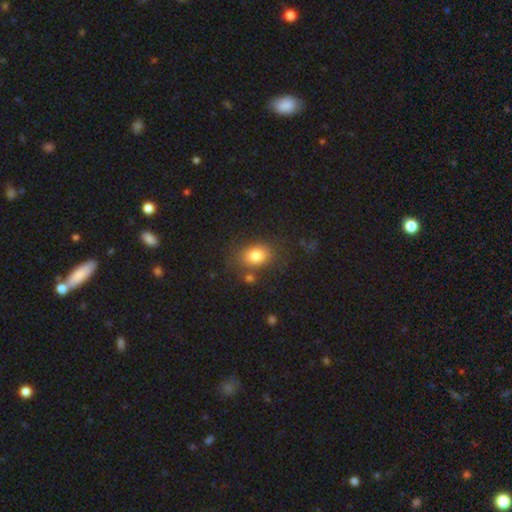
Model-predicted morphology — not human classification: type=smooth (81%); roundness=in between (73%); merging=none (74%).